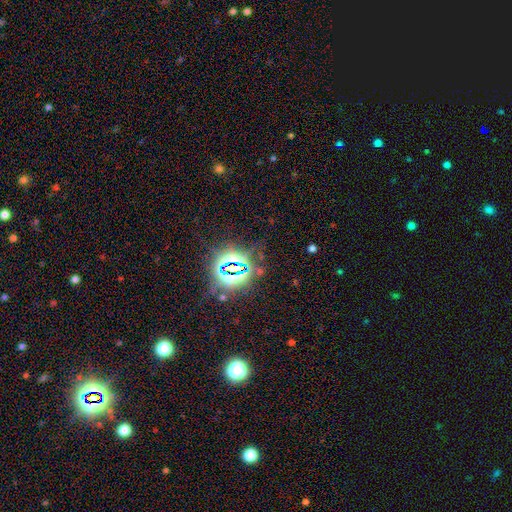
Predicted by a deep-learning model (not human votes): smooth-or-featured: star or artifact: 81% | smooth: 11% | featured or disk: 8%